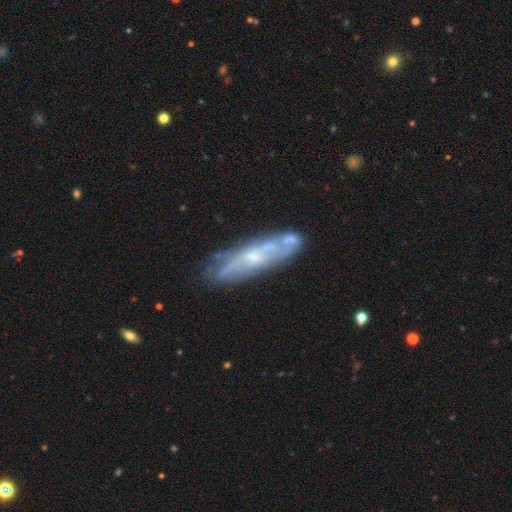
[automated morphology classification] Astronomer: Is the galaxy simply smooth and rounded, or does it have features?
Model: featured or disk — 65%.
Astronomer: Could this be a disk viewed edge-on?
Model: no — 61% (runner-up: yes, 39%).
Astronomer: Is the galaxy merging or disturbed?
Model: none — 66%.